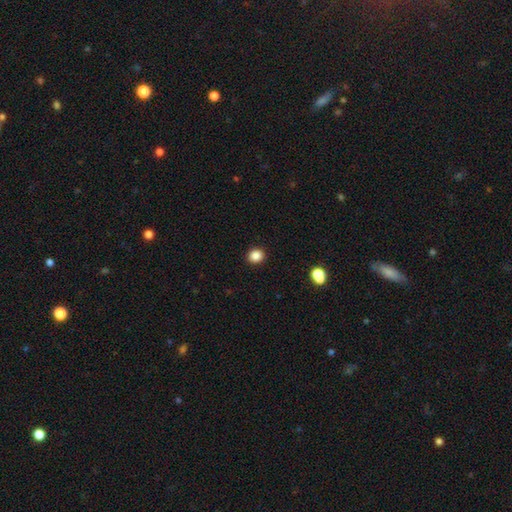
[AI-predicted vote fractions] smooth_or_featured: smooth (p=0.86) [alt: star or artifact p=0.11]
how_rounded: round (p=0.83) [alt: in between p=0.17]
merging: none (p=0.93) [alt: minor disturbance p=0.05]